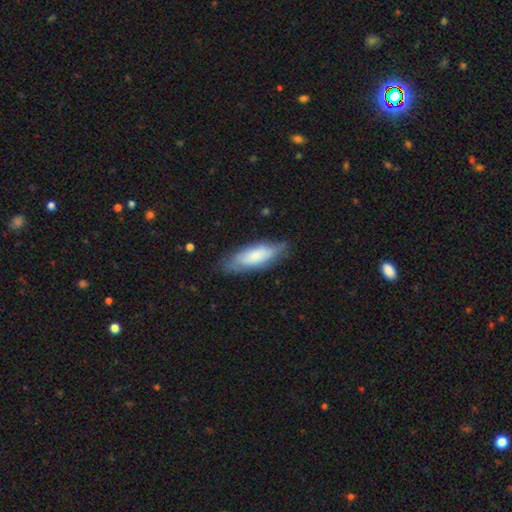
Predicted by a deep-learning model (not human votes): This appears to be a smooth galaxy with no disk features (69%) that is in between round and cigar-shaped (62%). Merging: none (72%).